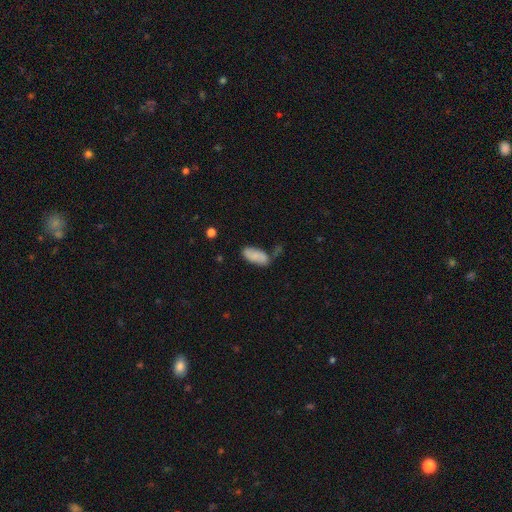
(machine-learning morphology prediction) A smooth galaxy with no disk features (78%) that is in between round and cigar-shaped (90%).

Vote fractions:
- Smooth or featured? smooth: 78% / featured or disk: 14% / star or artifact: 8%
- How rounded? in between: 90% / cigar-shaped: 8% / round: 2%
- Merging? none: 52% / minor disturbance: 26% / merger: 14% / major disturbance: 9%